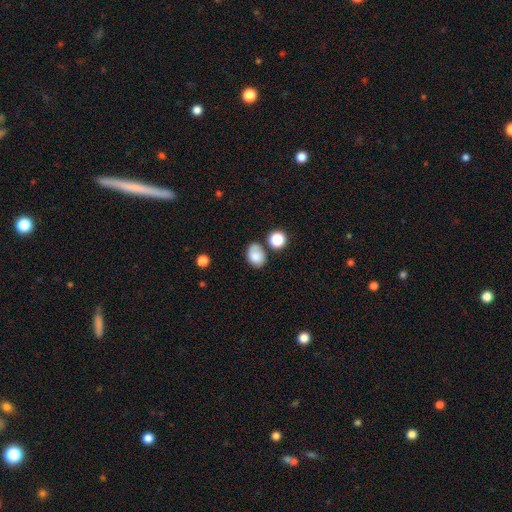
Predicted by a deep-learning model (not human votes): The model was most divided on "merging": none: 57%, minor disturbance: 24%, merger: 12%, major disturbance: 7%. More confident: smooth or featured — smooth (80%); how rounded — in between (68%).